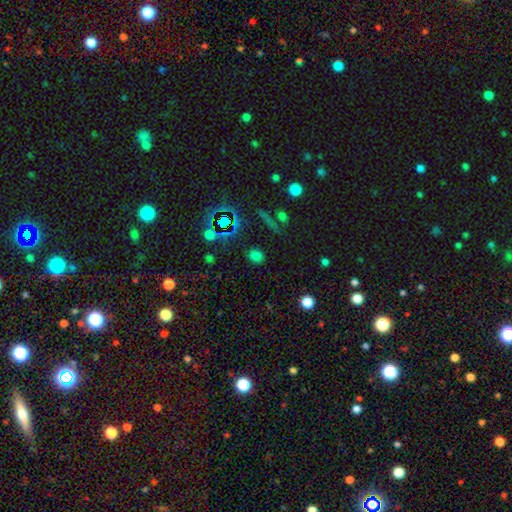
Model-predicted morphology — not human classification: A smooth galaxy with no disk features (64%) that is round (65%).

Vote fractions:
- Smooth or featured? smooth: 64% / star or artifact: 29% / featured or disk: 7%
- How rounded? round: 65% / in between: 32% / cigar-shaped: 3%
- Merging? none: 84% / minor disturbance: 10% / major disturbance: 4% / merger: 3%